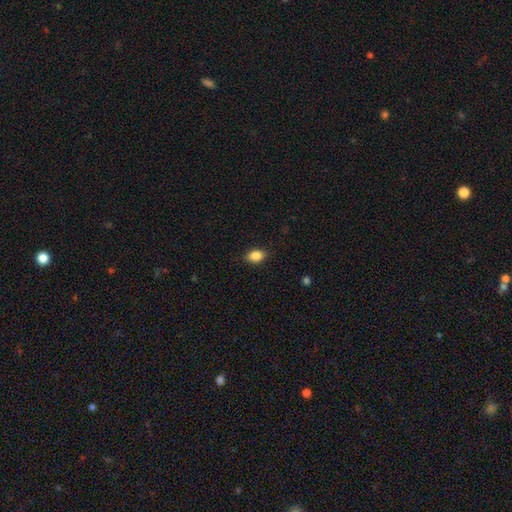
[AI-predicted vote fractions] Overall: smooth (86%). How rounded: in between (82%). Merging: none (87%).